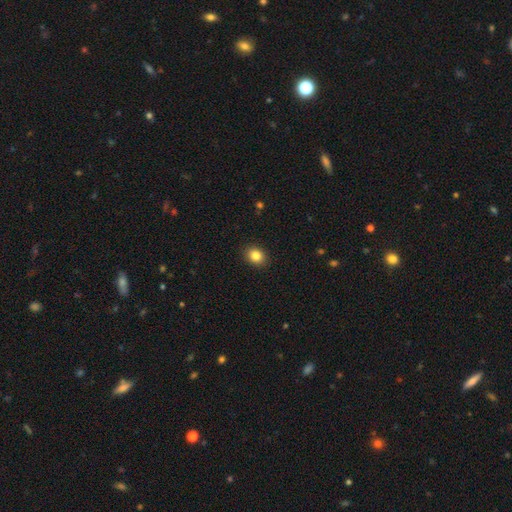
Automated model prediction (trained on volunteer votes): smooth 85%, star or artifact 10%, featured or disk 5%. Down the decision tree: how rounded — round (55%); merging — none (90%).